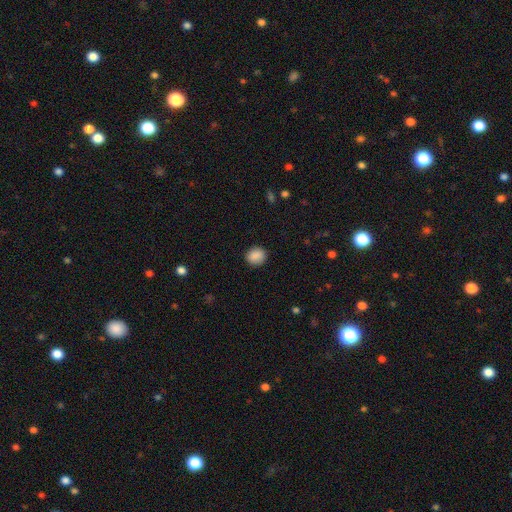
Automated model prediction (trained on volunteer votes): Smooth or featured?
  - smooth: 88% *
  - star or artifact: 8%
  - featured or disk: 4%
How rounded?
  - round: 74% *
  - in between: 25%
  - cigar-shaped: 1%
Merging?
  - none: 88% *
  - minor disturbance: 9%
  - major disturbance: 2%
  - merger: 1%